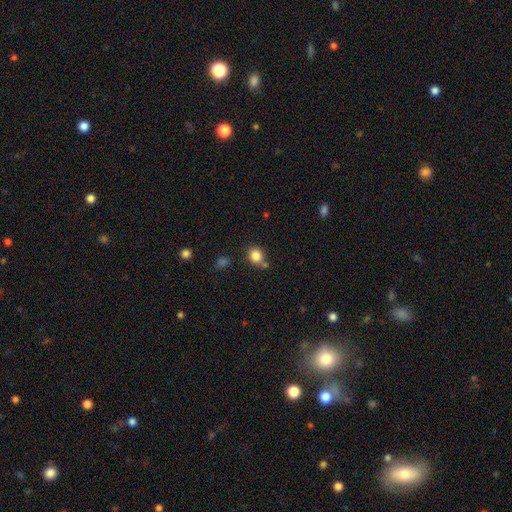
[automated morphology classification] This appears to be a smooth galaxy with no disk features (83%) that is round (72%). Merging: none (70%).